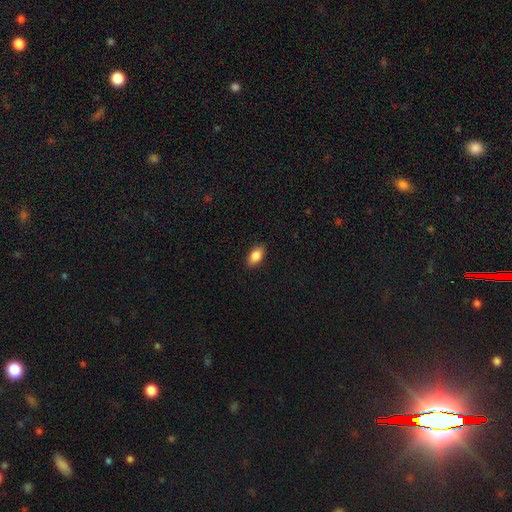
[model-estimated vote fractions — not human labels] smooth 84%, featured or disk 9%, star or artifact 7%. Down the decision tree: how rounded — in between (90%); merging — none (88%).